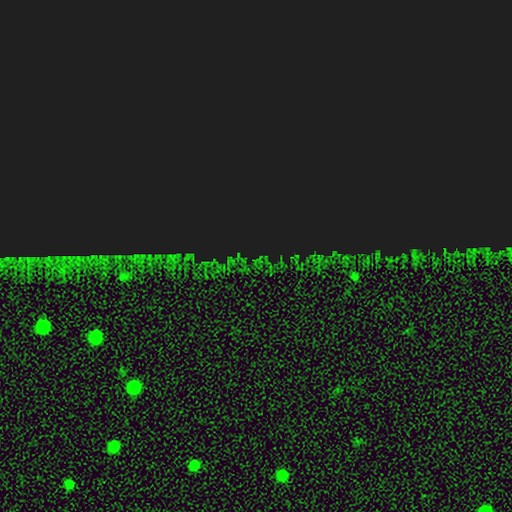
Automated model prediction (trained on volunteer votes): star or artifact 85%, smooth 8%, featured or disk 6%.